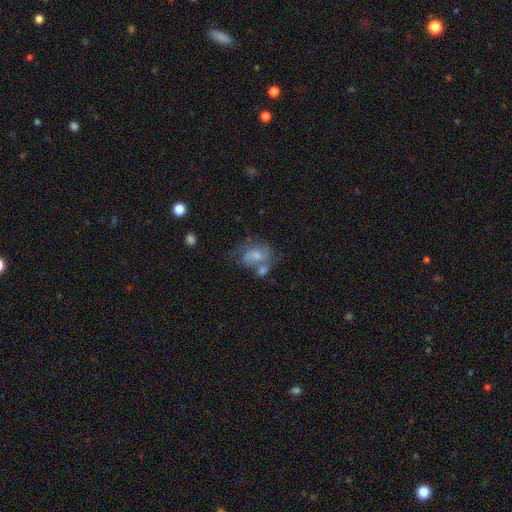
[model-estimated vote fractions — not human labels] smooth-or-featured: featured or disk: 46% | smooth: 45% | star or artifact: 9%
  merging: merger: 31% | none: 29% | minor disturbance: 21% | major disturbance: 19%